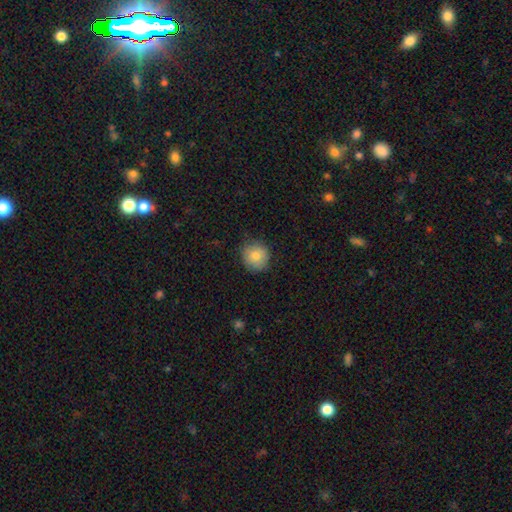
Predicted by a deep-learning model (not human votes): Smooth or featured? Predicted: smooth (p=0.80). How rounded? Predicted: round (p=0.90). Merging? Predicted: none (p=0.85).